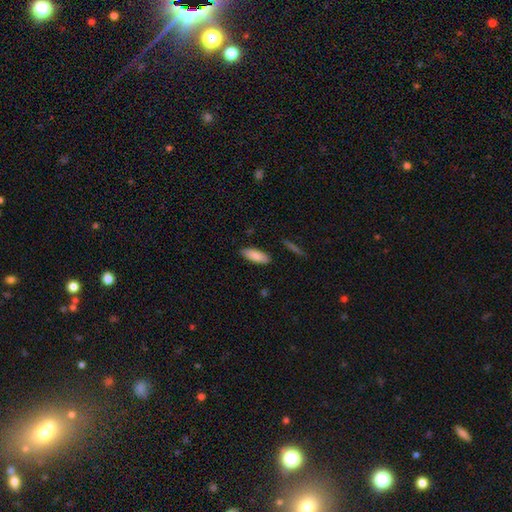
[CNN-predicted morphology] Q: Smooth or featured?
A: smooth (86%); runner-up: featured or disk (8%)
Q: How rounded?
A: in between (70%); runner-up: cigar-shaped (28%)
Q: Merging?
A: none (87%); runner-up: minor disturbance (9%)